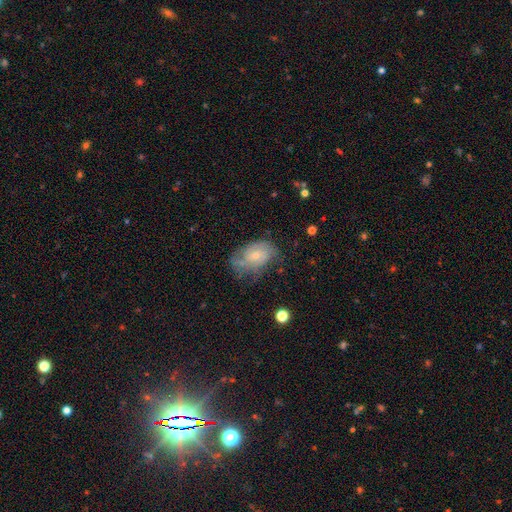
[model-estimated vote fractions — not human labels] Q: Smooth or featured?
A: featured or disk (62%); runner-up: smooth (29%)
Q: Edge-on disk?
A: no (96%); runner-up: yes (4%)
Q: Bar?
A: no (60%); runner-up: weak (35%)
Q: Spiral arms?
A: yes (84%); runner-up: no (16%)
Q: Spiral winding?
A: tight (46%); runner-up: medium (39%)
Q: Spiral arm count?
A: 2 (40%); runner-up: can't tell (37%)
Q: Bulge size?
A: small (55%); runner-up: moderate (34%)
Q: Merging?
A: none (52%); runner-up: minor disturbance (30%)